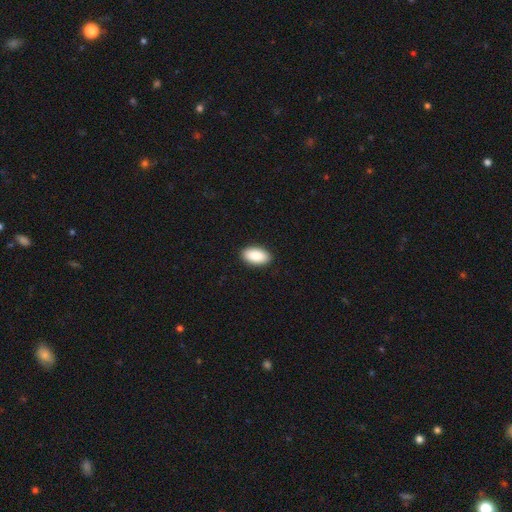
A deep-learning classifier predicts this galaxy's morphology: Smooth or featured: smooth — 90% (star or artifact — 6%)
How rounded: in between — 95% (round — 3%)
Merging: none — 91% (minor disturbance — 7%)